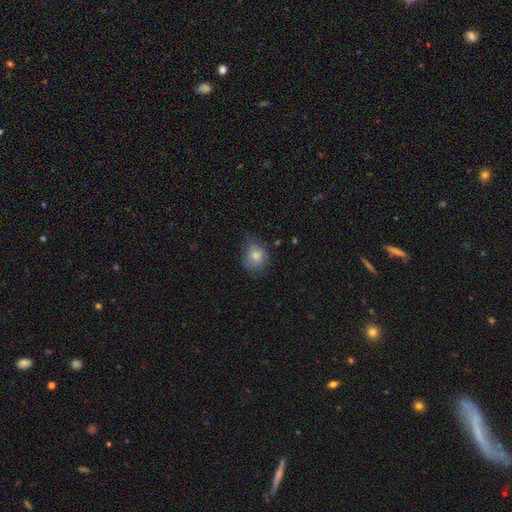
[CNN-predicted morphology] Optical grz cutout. It shows a smooth galaxy with no disk features (79%) that is round (60%). Merging: none (55%).